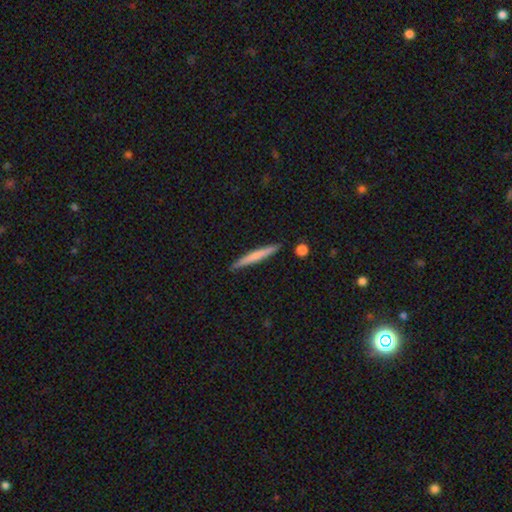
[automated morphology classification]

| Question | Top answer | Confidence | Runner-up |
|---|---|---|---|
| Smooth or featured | smooth | 62% | featured or disk (32%) |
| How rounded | cigar-shaped | 96% | in between (3%) |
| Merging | none | 89% | minor disturbance (8%) |